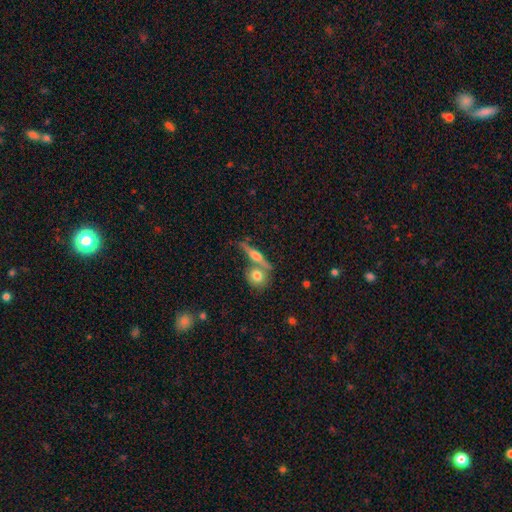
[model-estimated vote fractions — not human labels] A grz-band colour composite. It shows a featured or disk galaxy (55%) viewed edge-on (91%). Merging: none (58%).